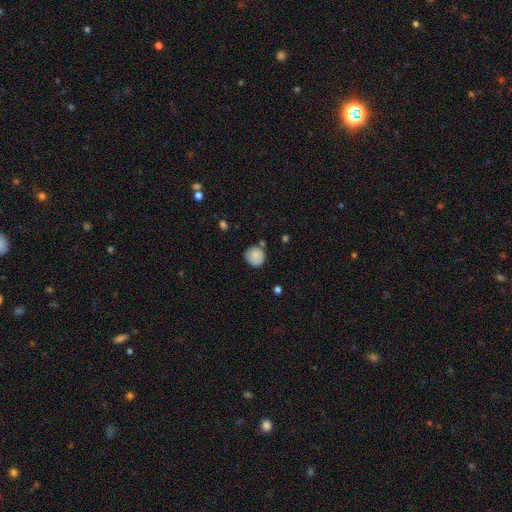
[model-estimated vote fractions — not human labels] Smooth or featured?
  - smooth: 82% *
  - featured or disk: 9%
  - star or artifact: 8%
How rounded?
  - round: 89% *
  - in between: 10%
  - cigar-shaped: 1%
Merging?
  - none: 71% *
  - minor disturbance: 19%
  - merger: 5%
  - major disturbance: 4%